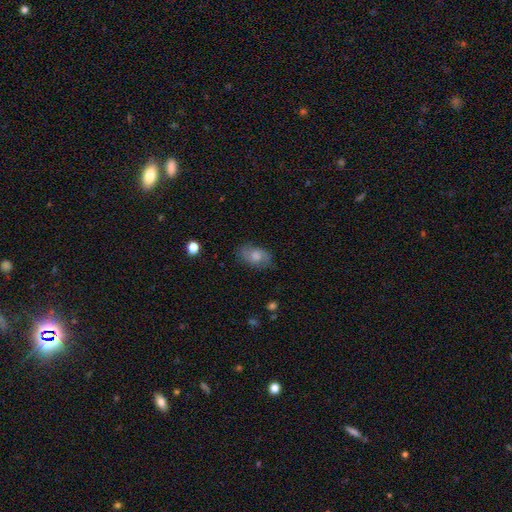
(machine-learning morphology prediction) A smooth galaxy with no disk features (57%) that is in between round and cigar-shaped (87%).

Vote fractions:
- Smooth or featured? smooth: 57% / featured or disk: 34% / star or artifact: 9%
- How rounded? in between: 87% / round: 11% / cigar-shaped: 2%
- Merging? none: 74% / minor disturbance: 19% / major disturbance: 6% / merger: 1%